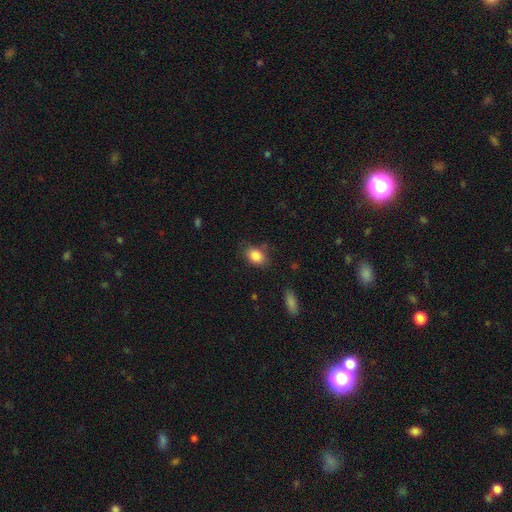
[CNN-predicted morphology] smooth_or_featured: smooth (p=0.85) [alt: star or artifact p=0.09]
how_rounded: in between (p=0.69) [alt: round p=0.29]
merging: none (p=0.73) [alt: minor disturbance p=0.20]